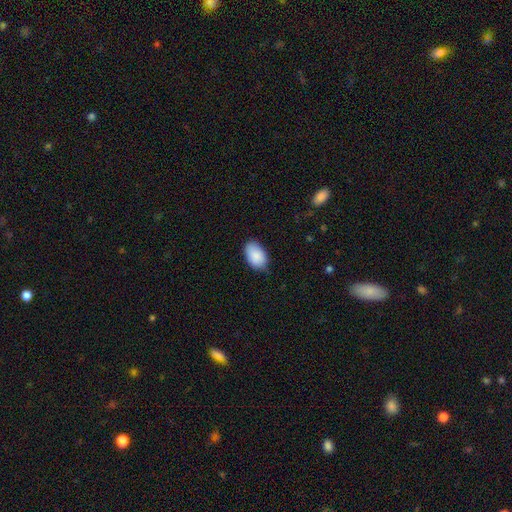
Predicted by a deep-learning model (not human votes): A smooth galaxy with no disk features (89%) that is in between round and cigar-shaped (91%).

Vote fractions:
- Smooth or featured? smooth: 89% / star or artifact: 6% / featured or disk: 4%
- How rounded? in between: 91% / round: 8% / cigar-shaped: 1%
- Merging? none: 78% / minor disturbance: 19% / major disturbance: 3% / merger: 1%